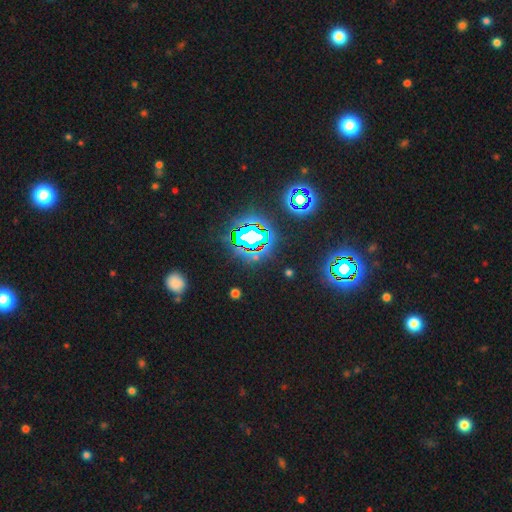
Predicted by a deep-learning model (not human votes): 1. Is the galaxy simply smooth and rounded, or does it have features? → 78% star or artifact, 12% smooth, 10% featured or disk.